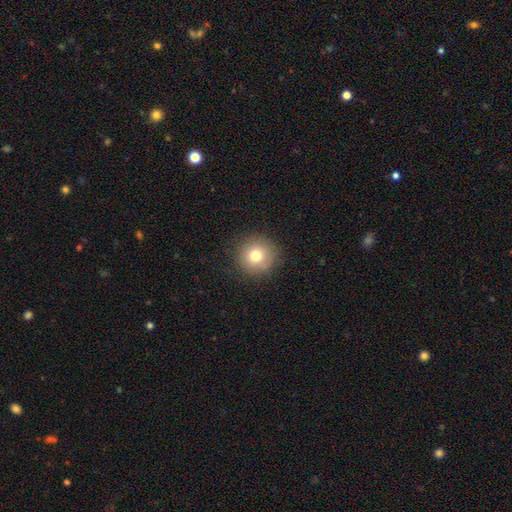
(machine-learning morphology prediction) Smooth or featured: smooth — 76% (featured or disk — 12%)
How rounded: round — 94% (in between — 5%)
Merging: none — 88% (minor disturbance — 8%)